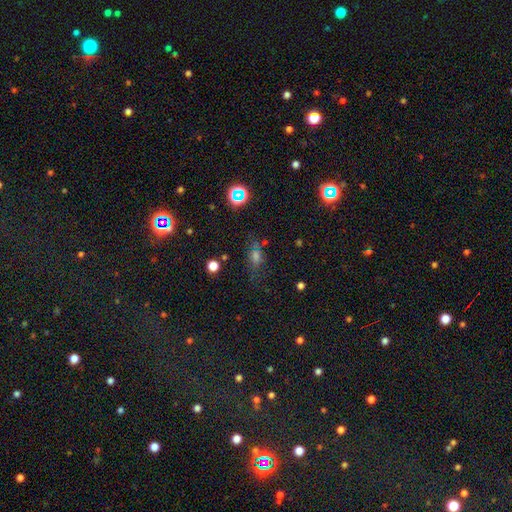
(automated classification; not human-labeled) A smooth galaxy with no disk features (48%).

Vote fractions:
- Smooth or featured? smooth: 48% / star or artifact: 33% / featured or disk: 19%
- Merging? none: 61% / minor disturbance: 21% / major disturbance: 12% / merger: 6%